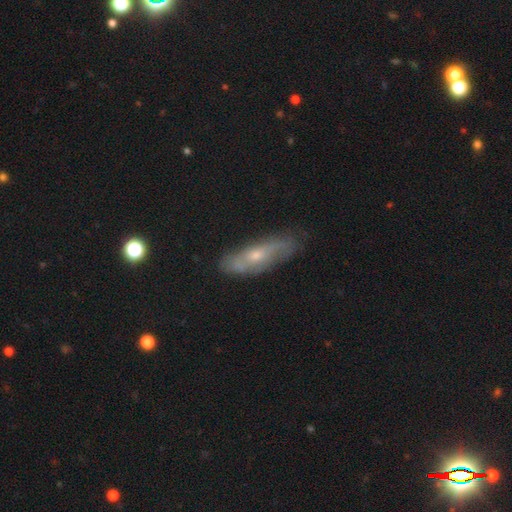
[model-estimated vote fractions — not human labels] A featured or disk galaxy (56%). Merging: none (71%).